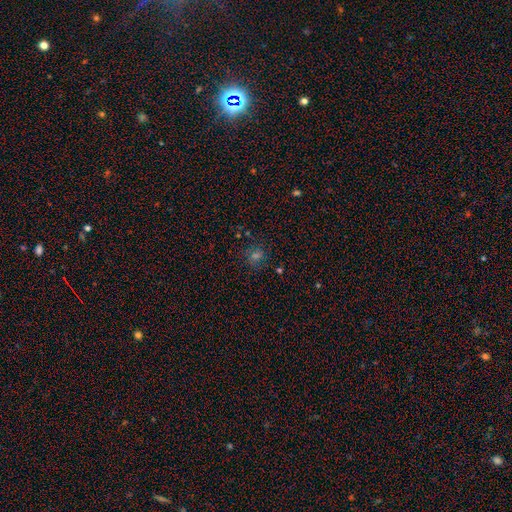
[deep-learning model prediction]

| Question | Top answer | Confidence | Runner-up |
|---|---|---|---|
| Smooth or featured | smooth | 52% | star or artifact (35%) |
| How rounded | round | 79% | in between (19%) |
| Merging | none | 82% | minor disturbance (11%) |